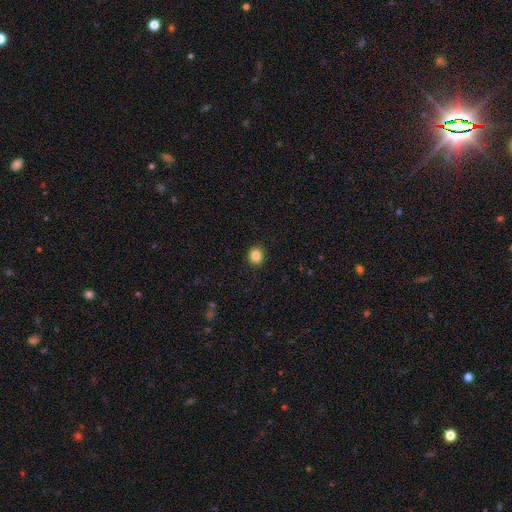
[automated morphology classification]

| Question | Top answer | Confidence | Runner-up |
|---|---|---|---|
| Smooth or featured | smooth | 86% | star or artifact (10%) |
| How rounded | round | 83% | in between (16%) |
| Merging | none | 92% | minor disturbance (5%) |